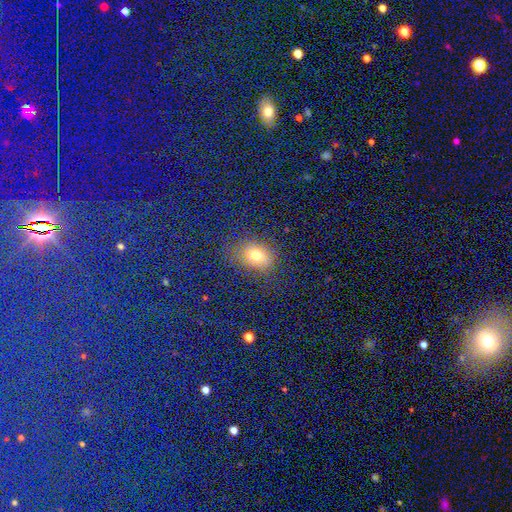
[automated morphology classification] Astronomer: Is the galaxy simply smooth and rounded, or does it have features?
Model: smooth — 72%.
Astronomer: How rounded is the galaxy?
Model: in between — 64%.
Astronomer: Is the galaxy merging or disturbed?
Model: none — 77%.